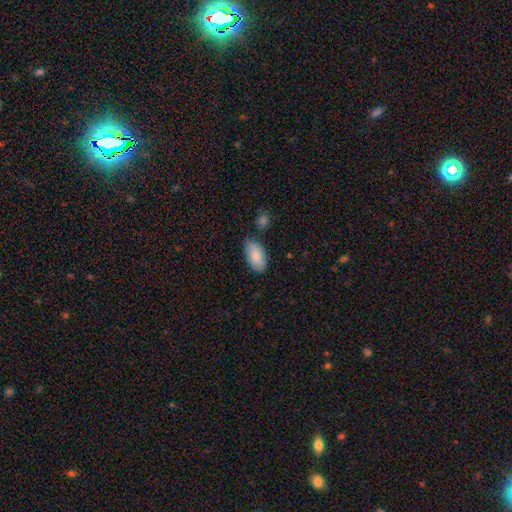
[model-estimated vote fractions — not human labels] smooth 85%, featured or disk 9%, star or artifact 6%. Down the decision tree: how rounded — in between (94%); merging — none (71%).